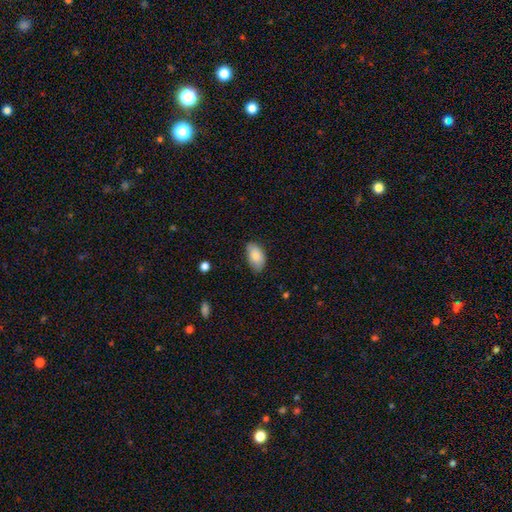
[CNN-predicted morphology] Smooth or featured? Predicted: smooth (p=0.83). How rounded? Predicted: in between (p=0.93). Merging? Predicted: none (p=0.72).